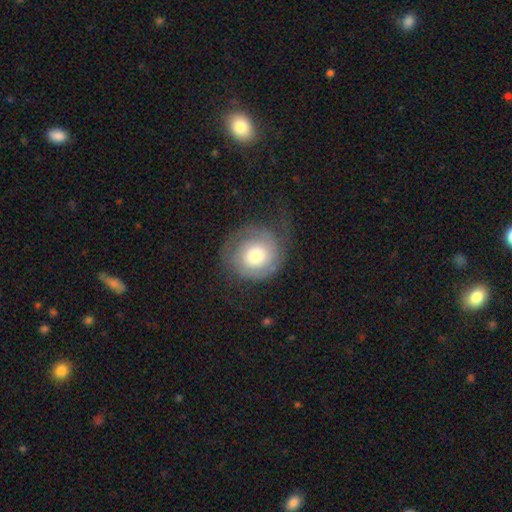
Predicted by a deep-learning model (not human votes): This appears to be a featured or disk galaxy (67%) with no bar (80%), 2 (56%) tight (60%) spiral arms (90%) and a moderate central bulge (58%). Merging: none (61%).